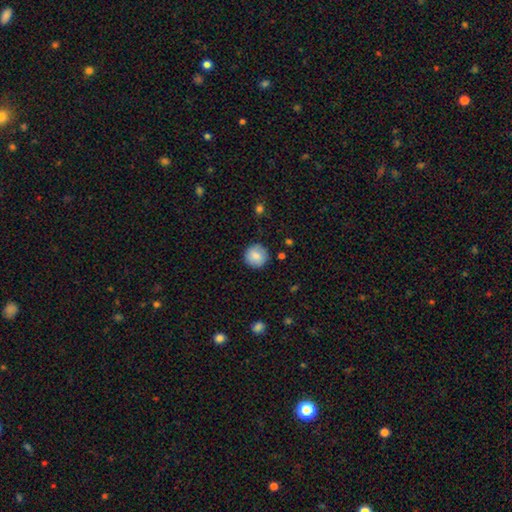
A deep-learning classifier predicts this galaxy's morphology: Smooth or featured? smooth (85%)
How rounded? round (95%)
Merging? none (88%)